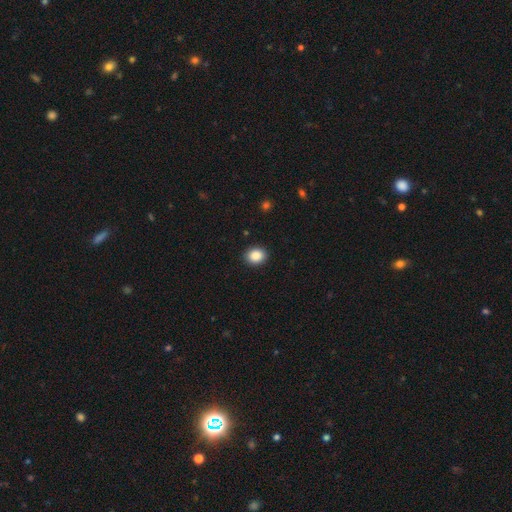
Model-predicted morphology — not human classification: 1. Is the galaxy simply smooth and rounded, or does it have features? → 88% smooth, 9% star or artifact, 3% featured or disk.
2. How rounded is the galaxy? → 57% round, 42% in between, 1% cigar-shaped.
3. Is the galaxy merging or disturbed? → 90% none, 7% minor disturbance, 2% major disturbance, 1% merger.